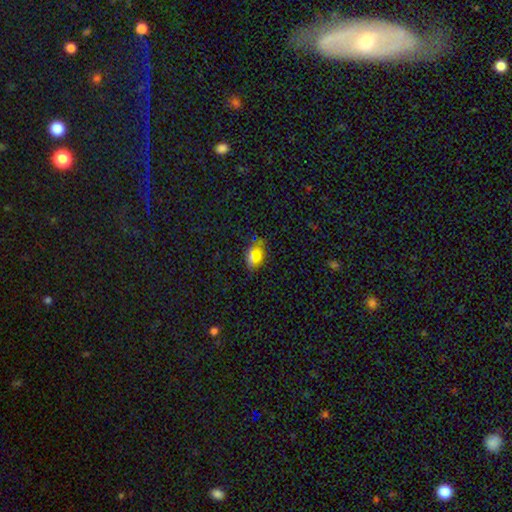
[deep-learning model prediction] Smooth or featured: smooth — 67% (star or artifact — 25%)
How rounded: in between — 78% (round — 18%)
Merging: none — 79% (minor disturbance — 13%)